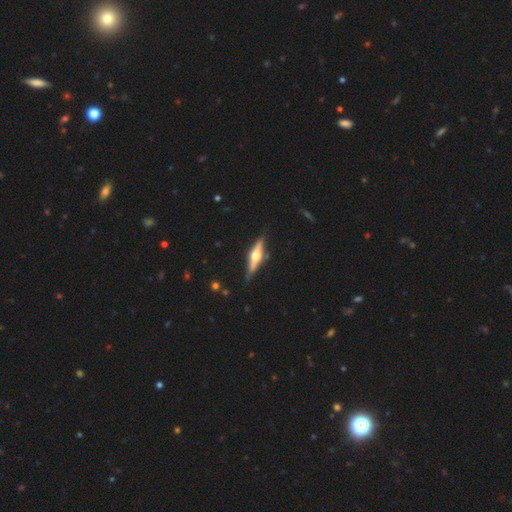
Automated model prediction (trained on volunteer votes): Q: Smooth or featured?
A: featured or disk (75%); runner-up: smooth (20%)
Q: Edge-on disk?
A: yes (97%); runner-up: no (3%)
Q: Edge-on bulge?
A: rounded (94%); runner-up: boxy (4%)
Q: Merging?
A: none (85%); runner-up: minor disturbance (11%)